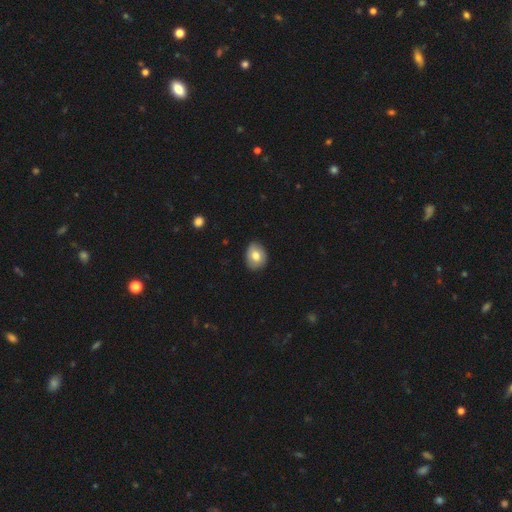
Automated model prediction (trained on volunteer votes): Smooth or featured: smooth — 75% (featured or disk — 18%)
How rounded: in between — 60% (round — 39%)
Merging: none — 82% (minor disturbance — 15%)